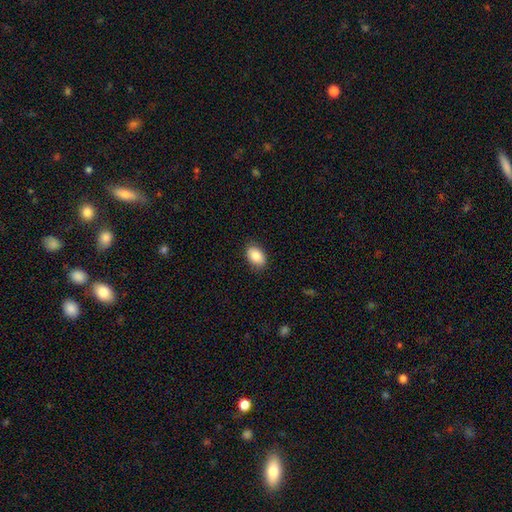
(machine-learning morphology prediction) This appears to be a smooth galaxy with no disk features (87%) that is in between round and cigar-shaped (89%). Merging: none (86%).